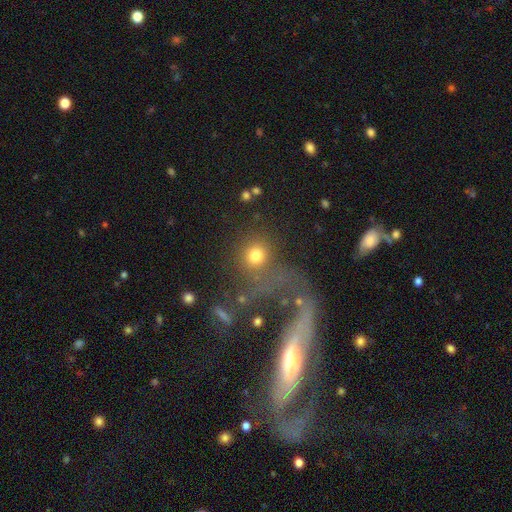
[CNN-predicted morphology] Smooth or featured: smooth — 70% (star or artifact — 17%)
How rounded: round — 81% (in between — 17%)
Merging: none — 47% (merger — 24%)